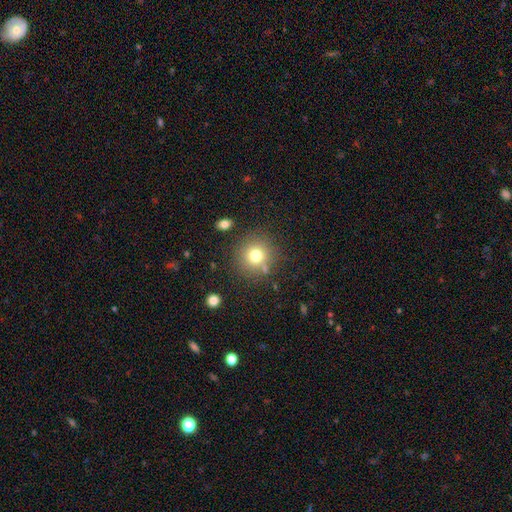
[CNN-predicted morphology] type=smooth (75%); roundness=round (92%); merging=none (81%).